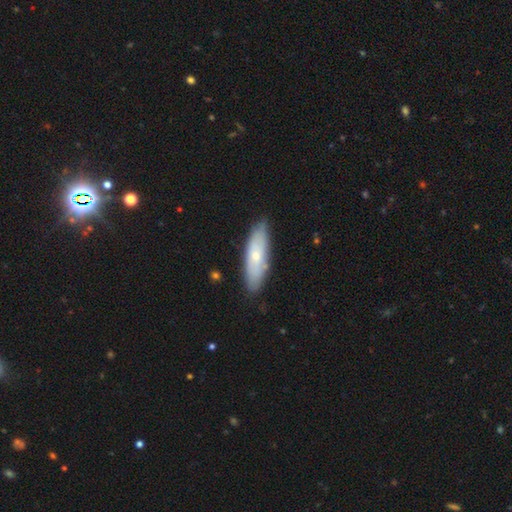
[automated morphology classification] Smooth or featured?
  - smooth: 58% *
  - featured or disk: 36%
  - star or artifact: 6%
How rounded?
  - cigar-shaped: 50% *
  - in between: 47%
  - round: 2%
Merging?
  - none: 83% *
  - minor disturbance: 14%
  - major disturbance: 2%
  - merger: 2%